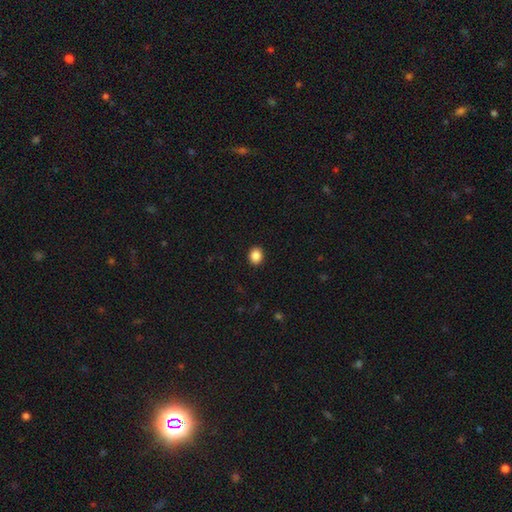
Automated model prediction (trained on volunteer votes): A smooth galaxy with no disk features (88%) that is round (62%). Merging: none (92%).